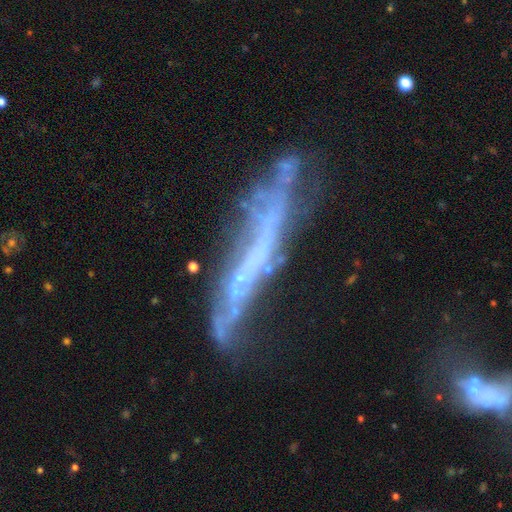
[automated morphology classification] A featured or disk galaxy (70%) viewed edge-on (63%). Merging: none (41%).